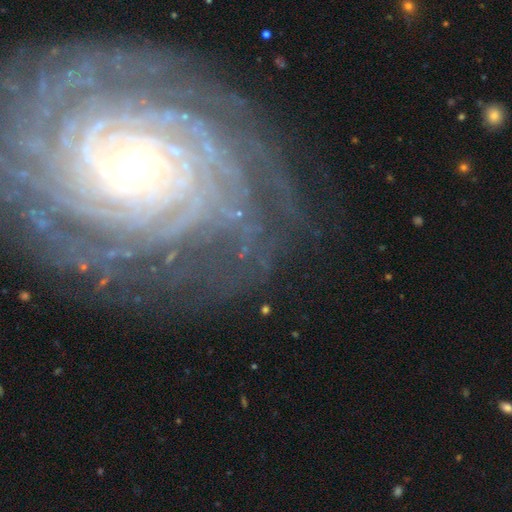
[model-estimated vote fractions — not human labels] A featured or disk galaxy (87%) with no bar (62%), more than 4 (39%) tight (84%) spiral arms (98%) and a small central bulge (78%). Merging: none (80%).